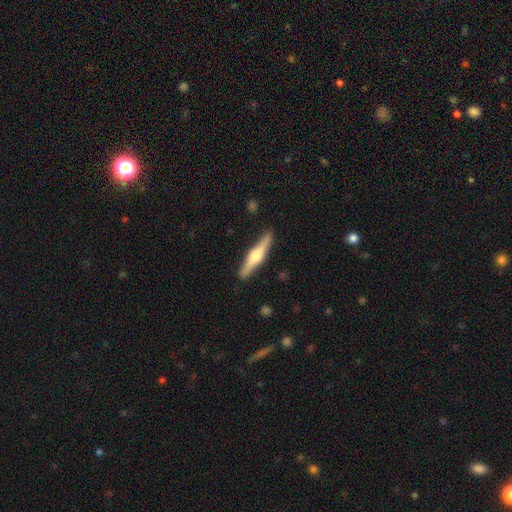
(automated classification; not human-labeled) A featured or disk galaxy (67%) viewed edge-on (97%) with a rounded central bulge (91%).

Vote fractions:
- Smooth or featured? featured or disk: 67% / smooth: 29% / star or artifact: 5%
- Edge-on disk? yes: 97% / no: 3%
- Edge-on bulge? rounded: 91% / boxy: 6% / none: 3%
- Merging? none: 90% / minor disturbance: 7% / major disturbance: 1% / merger: 1%